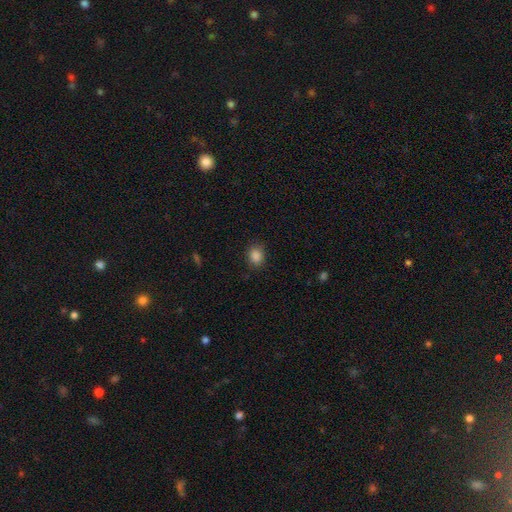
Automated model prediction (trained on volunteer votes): Smooth or featured? Predicted: smooth (p=0.86). How rounded? Predicted: round (p=0.53). Merging? Predicted: none (p=0.84).